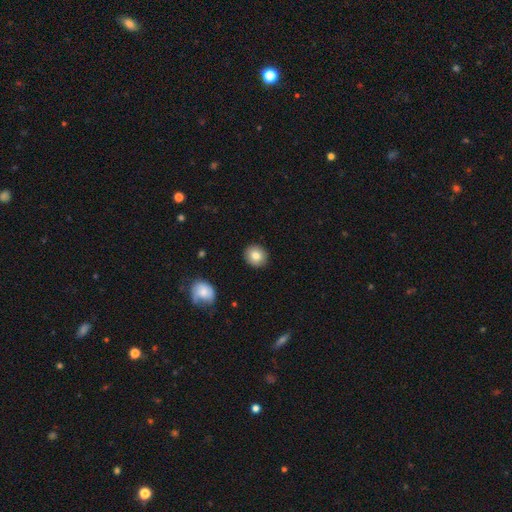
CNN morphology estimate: Smooth or featured: smooth — 82% (featured or disk — 10%)
How rounded: round — 82% (in between — 17%)
Merging: none — 90% (minor disturbance — 7%)